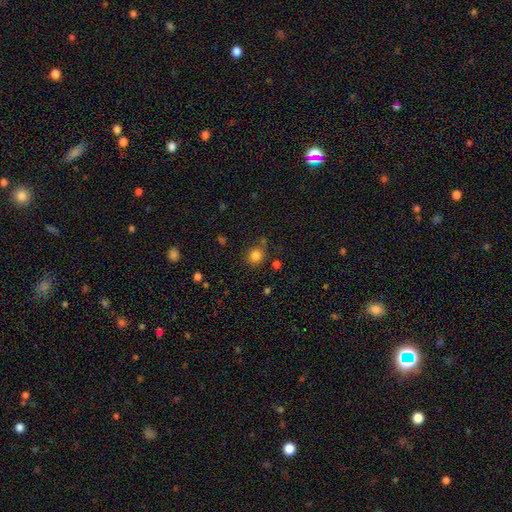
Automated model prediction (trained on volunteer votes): The model was most divided on "merging": none: 76%, minor disturbance: 13%, merger: 7%, major disturbance: 4%. More confident: how rounded — round (85%); smooth or featured — smooth (82%).